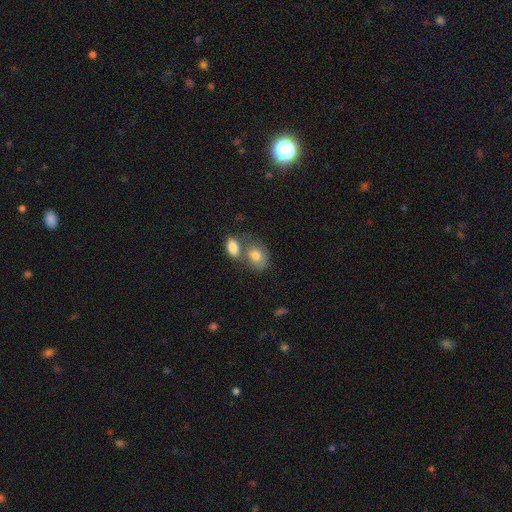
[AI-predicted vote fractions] Q: Smooth or featured?
A: smooth (75%); runner-up: featured or disk (17%)
Q: How rounded?
A: in between (72%); runner-up: round (26%)
Q: Merging?
A: merger (45%); runner-up: none (35%)